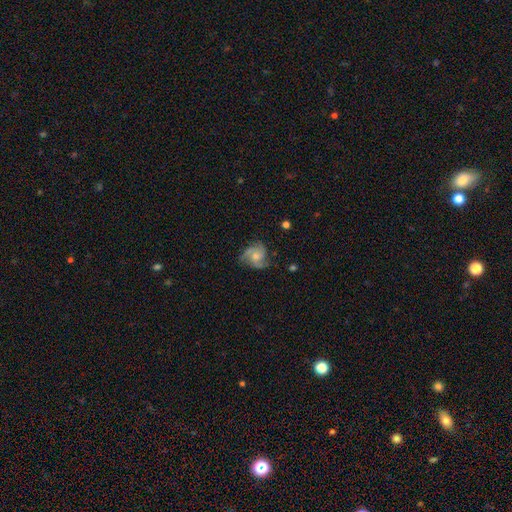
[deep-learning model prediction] smooth-or-featured: featured or disk: 69% | smooth: 23% | star or artifact: 8%
  disk-edge-on: no: 98% | yes: 2%
    bar: no: 75% | weak: 22% | strong: 3%
    has-spiral-arms: yes: 92% | no: 8%
      spiral-winding: medium: 51% | tight: 28% | loose: 22%
      spiral-arm-count: 3: 57% | 2: 18% | can't tell: 10% | 4: 9% | 1: 3% | more than 4: 3%
    bulge-size: moderate: 50% | small: 38% | none: 6% | large: 5% | dominant: 1%
  merging: none: 62% | minor disturbance: 23% | major disturbance: 13% | merger: 2%